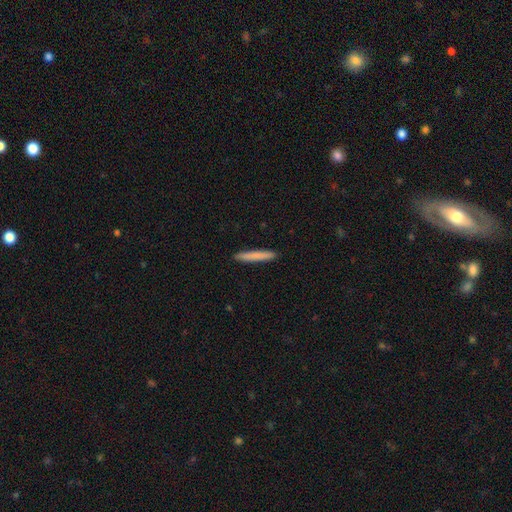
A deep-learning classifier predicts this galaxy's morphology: This is clearly a smooth galaxy (81%). How rounded: clearly cigar-shaped (96%). Merging: clearly none (92%).